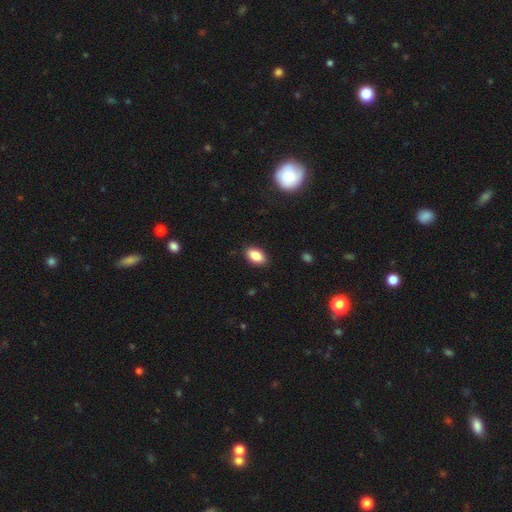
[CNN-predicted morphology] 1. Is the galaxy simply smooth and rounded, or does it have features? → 87% smooth, 8% star or artifact, 6% featured or disk.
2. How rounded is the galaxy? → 92% in between, 6% round, 2% cigar-shaped.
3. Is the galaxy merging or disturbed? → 89% none, 8% minor disturbance, 2% major disturbance, 1% merger.